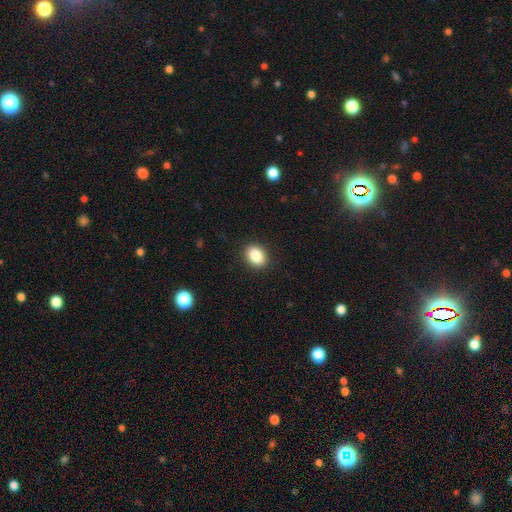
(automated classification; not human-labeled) Smooth or featured?
  - smooth: 86% *
  - star or artifact: 9%
  - featured or disk: 5%
How rounded?
  - in between: 69% *
  - round: 30%
  - cigar-shaped: 1%
Merging?
  - none: 90% *
  - minor disturbance: 7%
  - major disturbance: 2%
  - merger: 1%